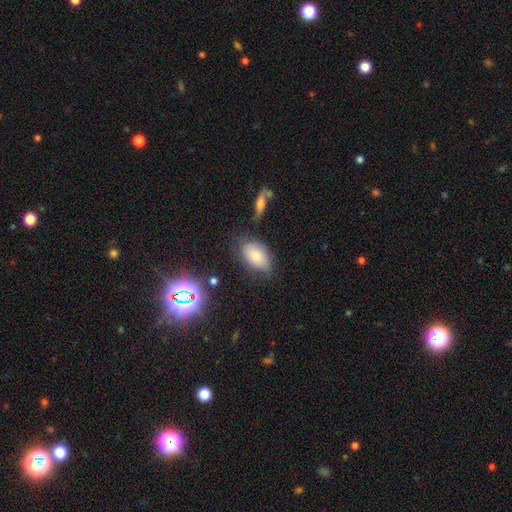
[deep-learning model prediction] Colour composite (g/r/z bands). It shows a smooth galaxy with no disk features (74%) that is in between round and cigar-shaped (90%). Merging: none (60%).